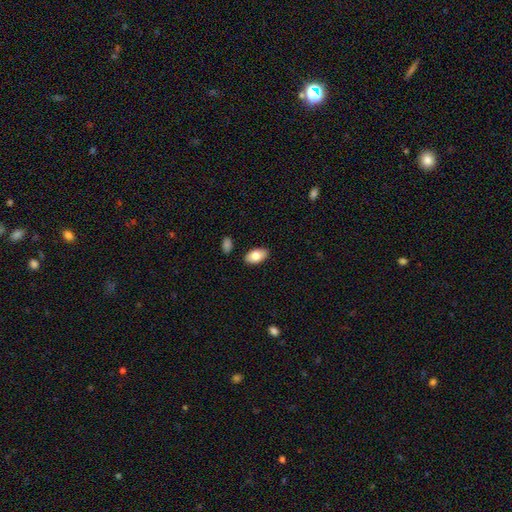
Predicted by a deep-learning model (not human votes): This is likely a smooth galaxy (80%). How rounded: clearly in between (94%). Merging: clearly none (87%).